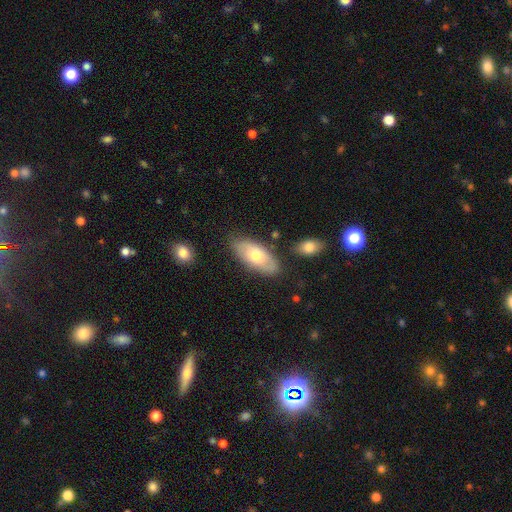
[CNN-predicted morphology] type=smooth (64%); roundness=in between (90%); merging=none (78%).